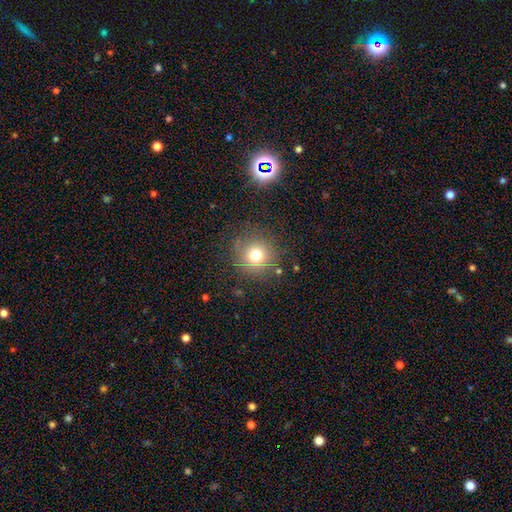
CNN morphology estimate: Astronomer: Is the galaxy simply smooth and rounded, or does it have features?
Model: smooth — 72%.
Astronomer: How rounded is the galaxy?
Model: round — 93%.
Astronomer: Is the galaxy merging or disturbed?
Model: none — 81%.